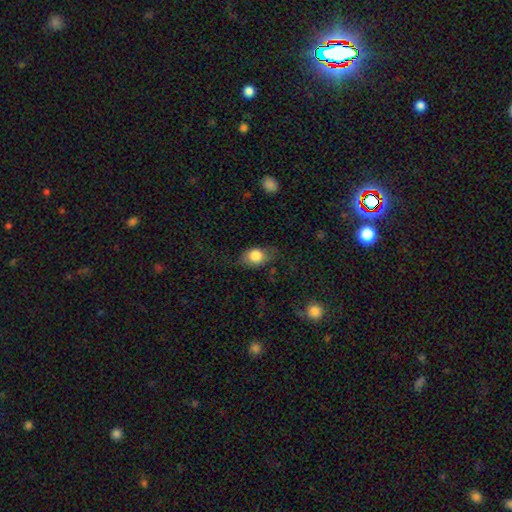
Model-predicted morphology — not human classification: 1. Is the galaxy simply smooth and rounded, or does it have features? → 80% smooth, 12% featured or disk, 8% star or artifact.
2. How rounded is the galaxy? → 68% in between, 30% round, 2% cigar-shaped.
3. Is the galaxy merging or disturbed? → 67% none, 24% minor disturbance, 8% major disturbance, 2% merger.